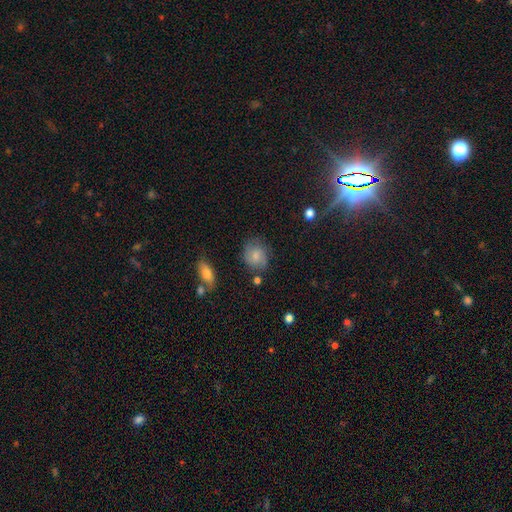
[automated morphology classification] Overall: smooth (74%). How rounded: round (68%; in between 31%). Merging: none (68%).